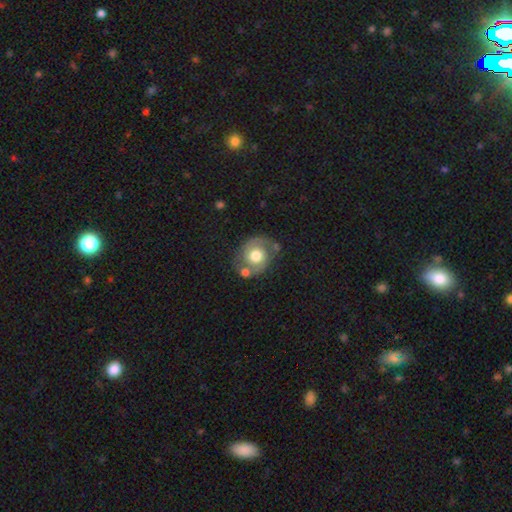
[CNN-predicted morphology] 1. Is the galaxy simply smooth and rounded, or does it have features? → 66% featured or disk, 27% smooth, 7% star or artifact.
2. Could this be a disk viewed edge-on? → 97% no, 3% yes.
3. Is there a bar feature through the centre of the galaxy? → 78% no, 18% weak, 4% strong.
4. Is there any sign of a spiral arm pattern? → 76% yes, 24% no.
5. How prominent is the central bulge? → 56% moderate, 35% large, 5% small, 2% dominant, 1% none.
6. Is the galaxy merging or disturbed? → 64% none, 18% minor disturbance, 10% merger, 8% major disturbance.